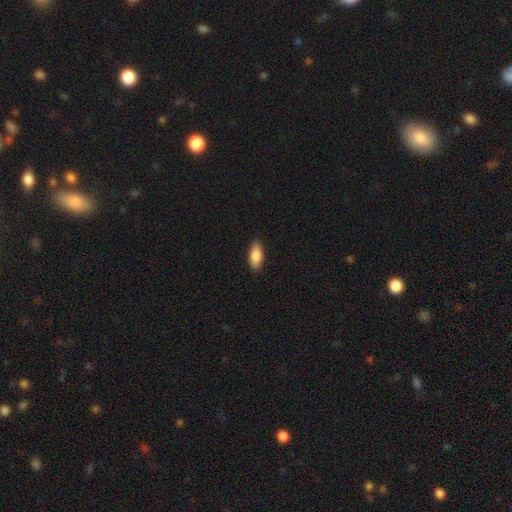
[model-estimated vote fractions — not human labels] smooth 88%, featured or disk 6%, star or artifact 6%. Down the decision tree: how rounded — in between (86%); merging — none (88%).